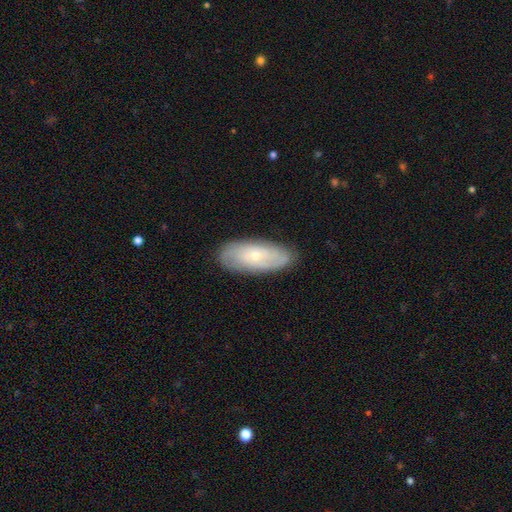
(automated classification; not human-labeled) featured or disk 66%, smooth 27%, star or artifact 6%. Down the decision tree: edge-on disk — no (89%); bar — no (78%); spiral arms — yes (83%); bulge size — small (69%); merging — none (84%).